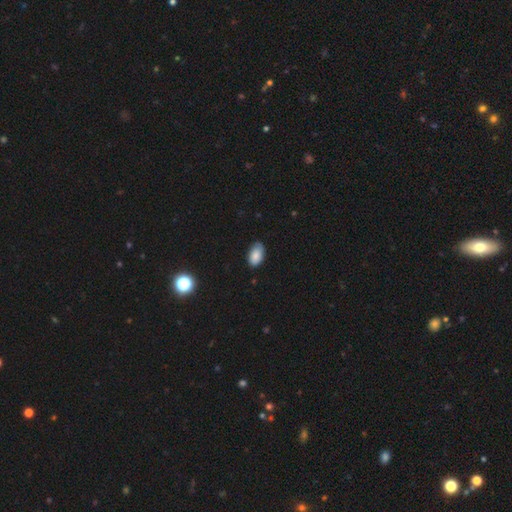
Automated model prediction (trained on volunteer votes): A smooth galaxy with no disk features (84%) that is in between round and cigar-shaped (94%). Merging: none (73%).